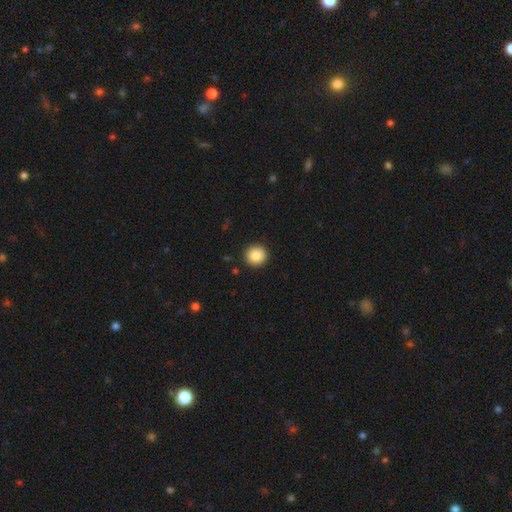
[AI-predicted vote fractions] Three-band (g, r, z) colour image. It shows a smooth galaxy with no disk features (86%) that is round (94%). Merging: none (92%).